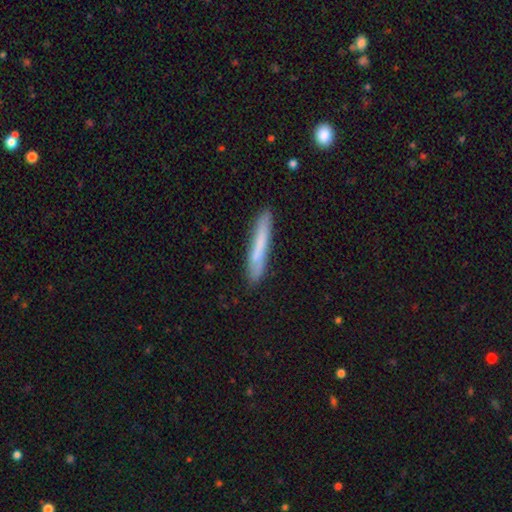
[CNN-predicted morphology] A smooth galaxy with no disk features (68%) that is cigar-shaped (91%).

Vote fractions:
- Smooth or featured? smooth: 68% / featured or disk: 26% / star or artifact: 6%
- How rounded? cigar-shaped: 91% / in between: 8% / round: 2%
- Merging? none: 82% / minor disturbance: 13% / major disturbance: 3% / merger: 2%